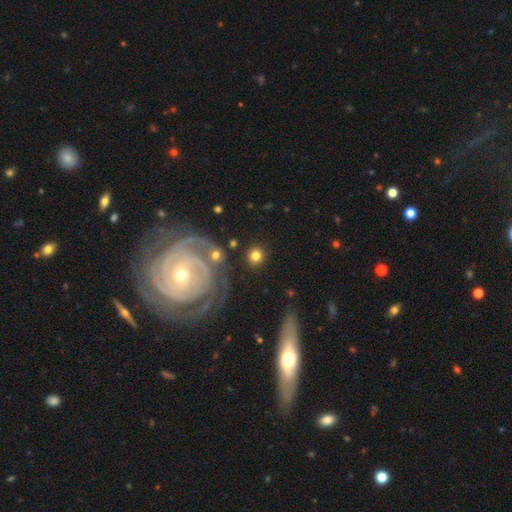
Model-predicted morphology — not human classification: Overall: smooth (78%). How rounded: round (88%). Merging: none (84%).